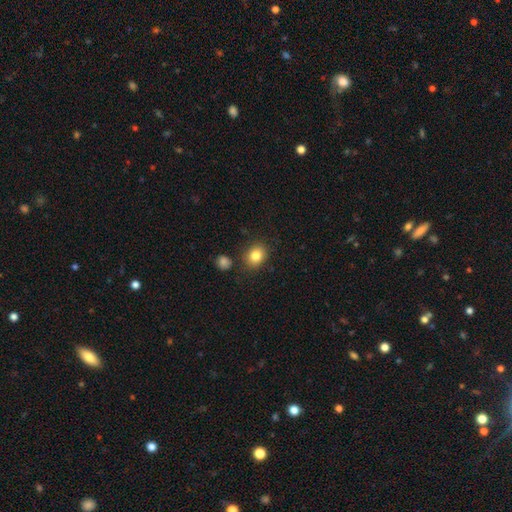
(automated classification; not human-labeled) This appears to be a smooth galaxy with no disk features (82%) that is round (55%). Merging: none (82%).